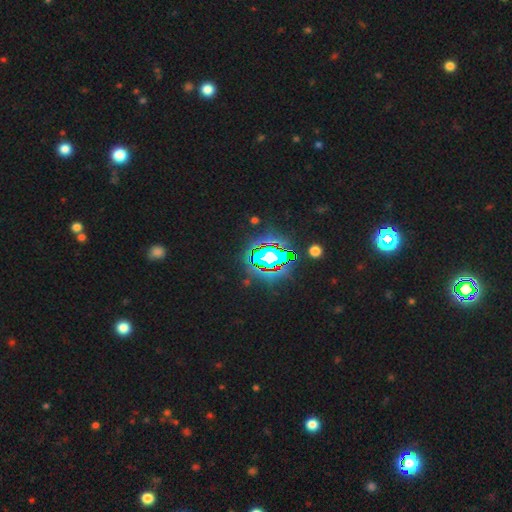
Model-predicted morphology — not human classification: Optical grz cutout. It shows a star or artifact, not a galaxy (83%).